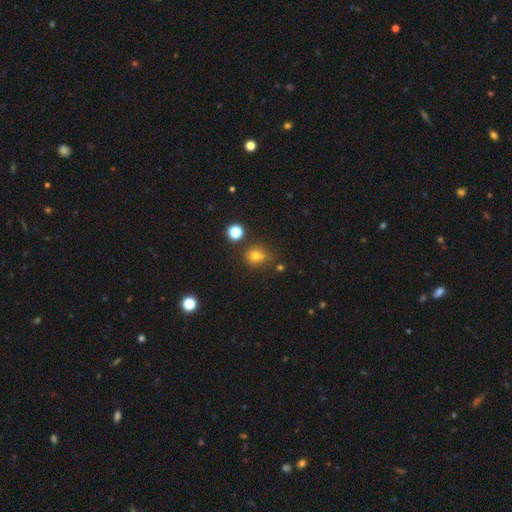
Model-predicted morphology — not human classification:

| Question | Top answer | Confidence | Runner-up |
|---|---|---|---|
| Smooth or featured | smooth | 71% | star or artifact (19%) |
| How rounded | round | 78% | in between (21%) |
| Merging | none | 61% | merger (19%) |